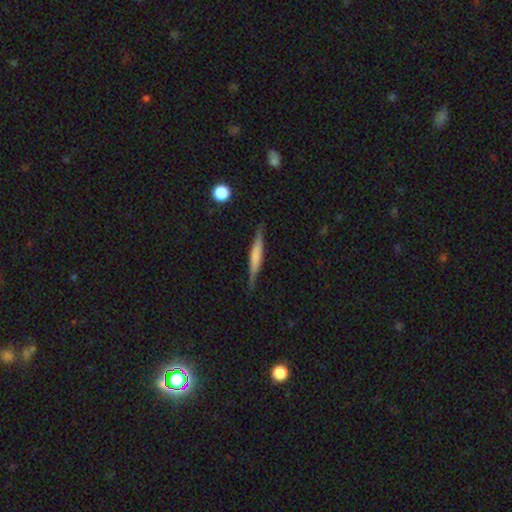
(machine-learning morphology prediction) Smooth or featured: featured or disk — 49% (smooth — 45%)
Merging: none — 86% (minor disturbance — 11%)